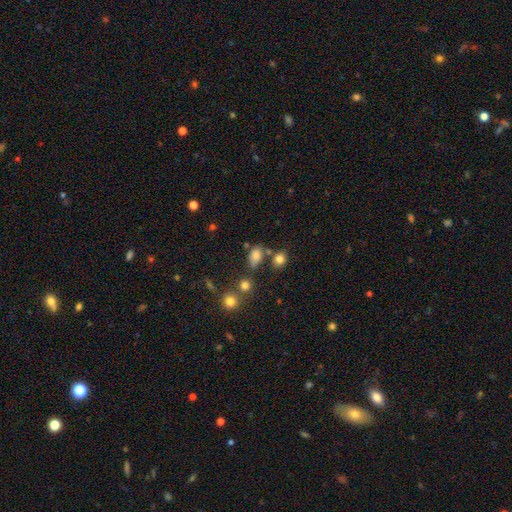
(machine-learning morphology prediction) Smooth or featured?
  - smooth: 78% *
  - star or artifact: 14%
  - featured or disk: 9%
How rounded?
  - in between: 81% *
  - round: 17%
  - cigar-shaped: 2%
Merging?
  - none: 62% *
  - minor disturbance: 18%
  - merger: 14%
  - major disturbance: 6%